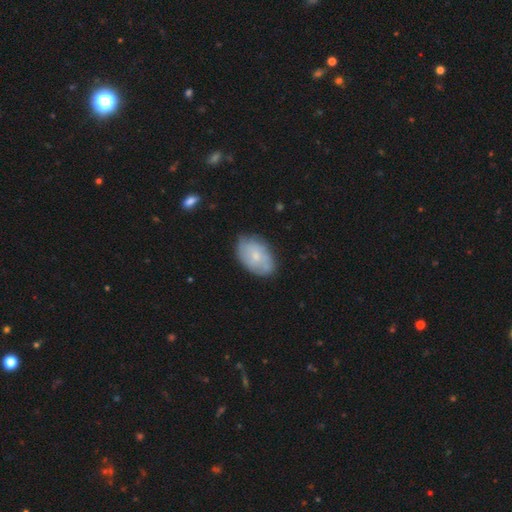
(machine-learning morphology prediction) Overall: smooth (60%; featured or disk 34%). How rounded: in between (91%). Merging: none (70%).